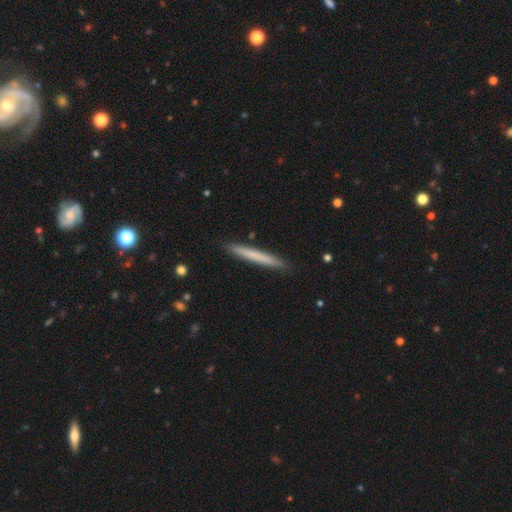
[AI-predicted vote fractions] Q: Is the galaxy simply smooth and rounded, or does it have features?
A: smooth — 69%.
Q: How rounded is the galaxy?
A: cigar-shaped — 97%.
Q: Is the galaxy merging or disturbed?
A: none — 91%.